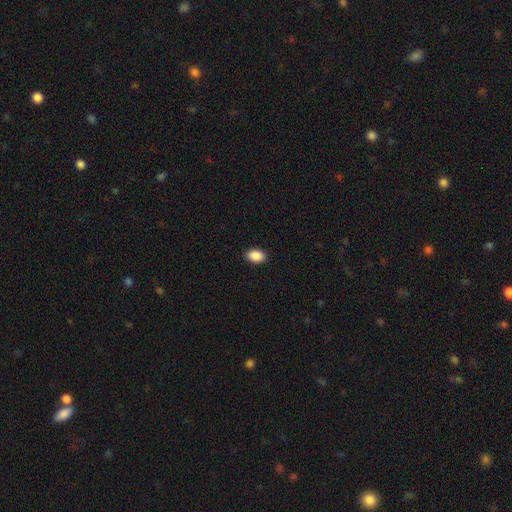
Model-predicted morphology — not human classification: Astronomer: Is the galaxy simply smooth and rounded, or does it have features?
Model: smooth — 90%.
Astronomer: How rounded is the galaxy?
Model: in between — 89%.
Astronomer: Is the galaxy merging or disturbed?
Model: none — 90%.